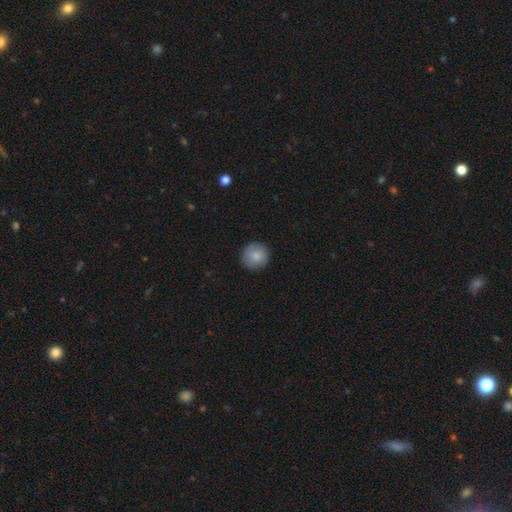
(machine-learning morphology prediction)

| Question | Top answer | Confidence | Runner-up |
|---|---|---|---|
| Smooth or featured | smooth | 85% | featured or disk (7%) |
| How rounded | round | 94% | in between (5%) |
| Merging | none | 90% | minor disturbance (7%) |